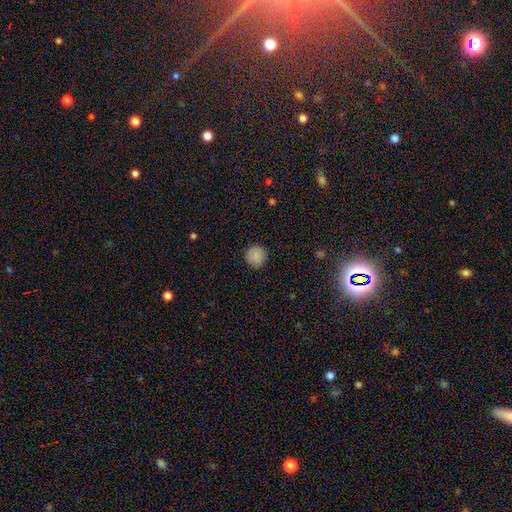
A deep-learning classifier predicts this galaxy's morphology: Overall: smooth (87%). How rounded: round (94%). Merging: none (90%).